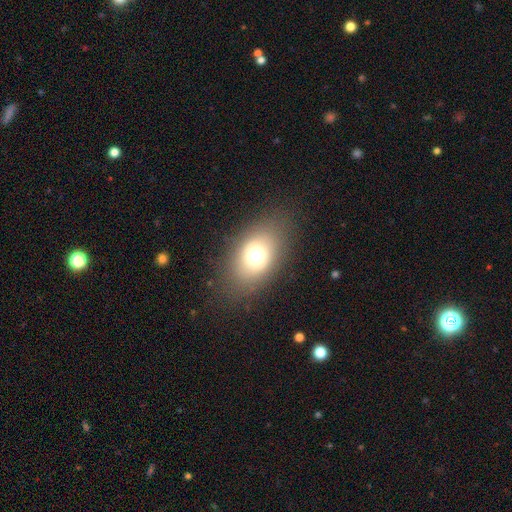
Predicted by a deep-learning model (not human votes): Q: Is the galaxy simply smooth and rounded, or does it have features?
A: smooth — 68%.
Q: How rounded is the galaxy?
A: in between — 76%.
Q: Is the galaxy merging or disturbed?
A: none — 81%.